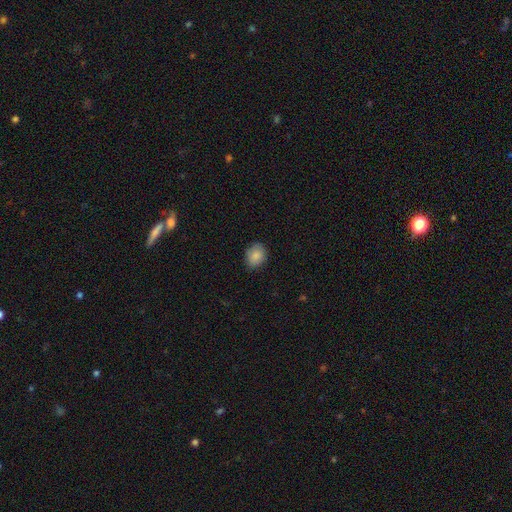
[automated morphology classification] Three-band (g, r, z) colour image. It shows a smooth galaxy with no disk features (87%) that is in between round and cigar-shaped (59%). Merging: none (83%).